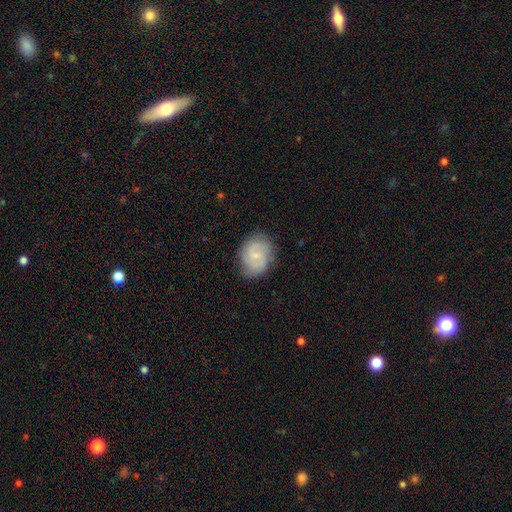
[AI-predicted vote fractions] Overall: smooth (48%; featured or disk 45%). Merging: none (78%).